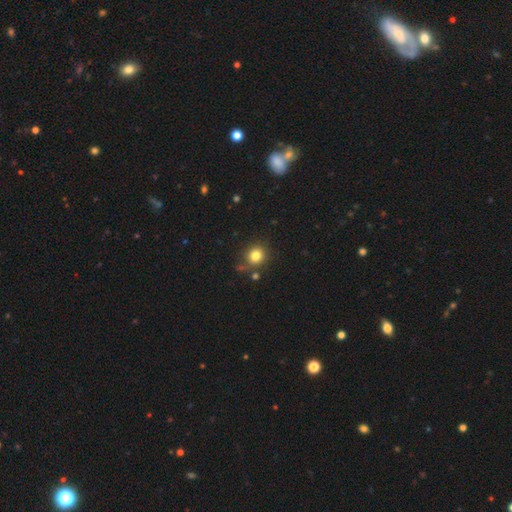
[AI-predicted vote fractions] A smooth galaxy with no disk features (81%) that is round (86%). Merging: none (77%).